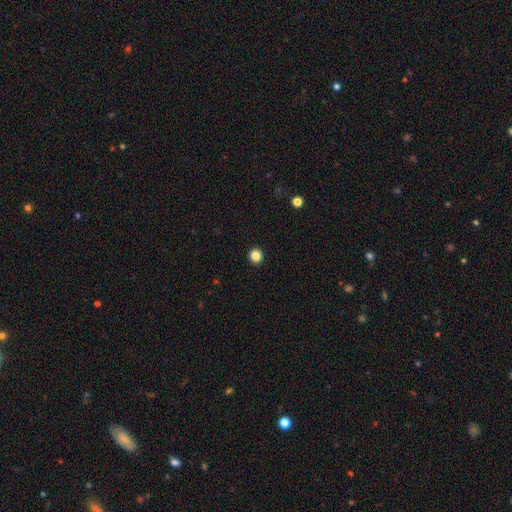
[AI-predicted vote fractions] The model was most divided on "smooth or featured": smooth: 85%, star or artifact: 11%, featured or disk: 4%. More confident: merging — none (94%); how rounded — round (92%).